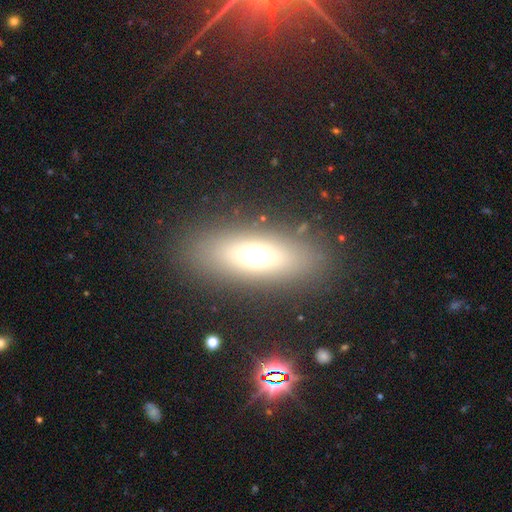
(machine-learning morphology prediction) smooth_or_featured: smooth (p=0.63) [alt: featured or disk p=0.23]
how_rounded: in between (p=0.69) [alt: cigar-shaped p=0.25]
merging: none (p=0.85) [alt: minor disturbance p=0.09]